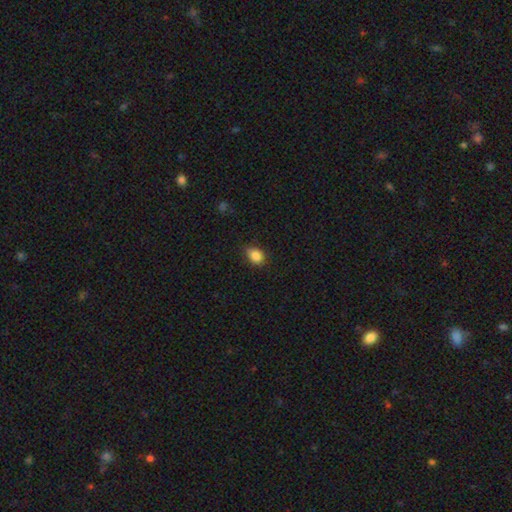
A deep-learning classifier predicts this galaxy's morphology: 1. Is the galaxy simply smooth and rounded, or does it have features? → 86% smooth, 10% star or artifact, 4% featured or disk.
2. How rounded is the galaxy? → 64% in between, 34% round, 2% cigar-shaped.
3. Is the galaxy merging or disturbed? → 72% none, 23% minor disturbance, 4% major disturbance, 1% merger.